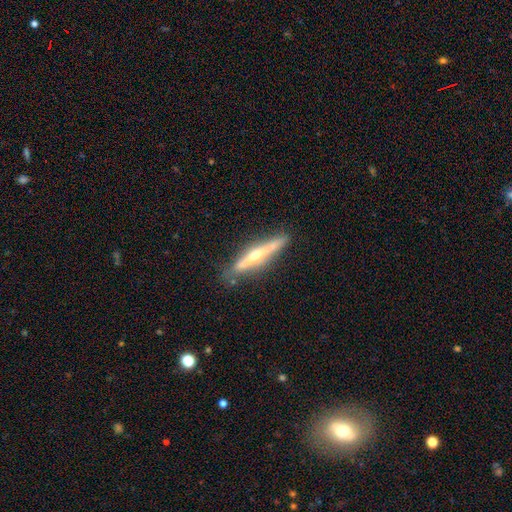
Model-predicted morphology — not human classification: featured or disk 72%, smooth 22%, star or artifact 6%. Down the decision tree: edge-on disk — yes (96%); edge-on bulge — rounded (88%); merging — none (85%).